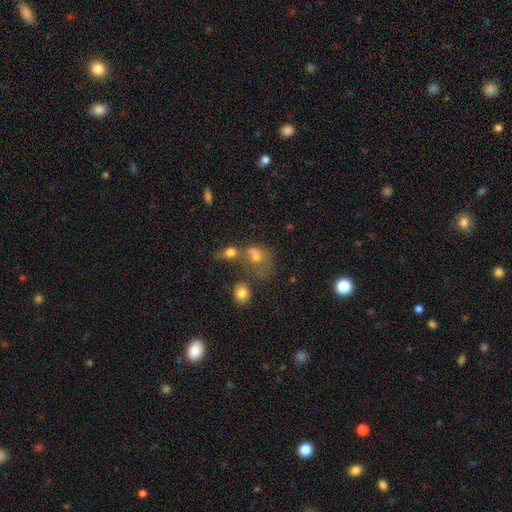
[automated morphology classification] smooth-or-featured: smooth: 61% | star or artifact: 20% | featured or disk: 19%
  how-rounded: in between: 50% | round: 48% | cigar-shaped: 2%
  merging: merger: 42% | none: 28% | major disturbance: 16% | minor disturbance: 14%